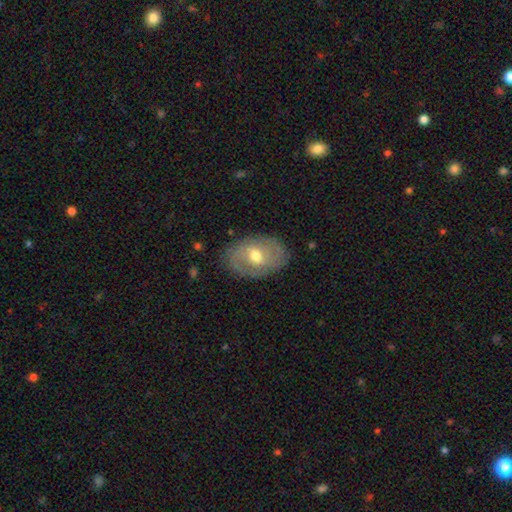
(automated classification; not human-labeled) Morphology: type=featured or disk (57%); edge-on=no (93%); bar=weak (49%); spiral arms=yes (56%); bulge=moderate (73%); merging=none (78%).